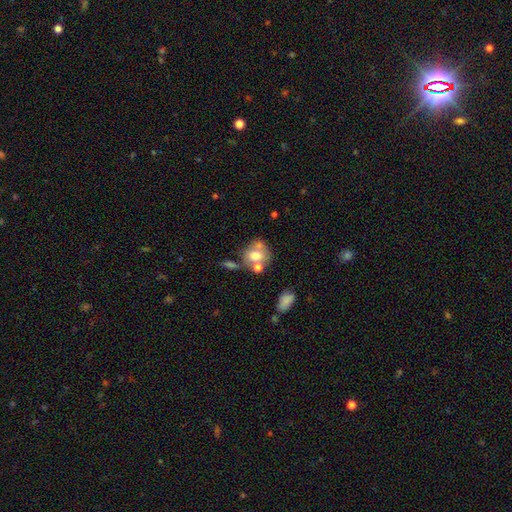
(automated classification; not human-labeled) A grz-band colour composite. It shows a smooth galaxy with no disk features (65%) that is round (63%). Merging: none (42%).